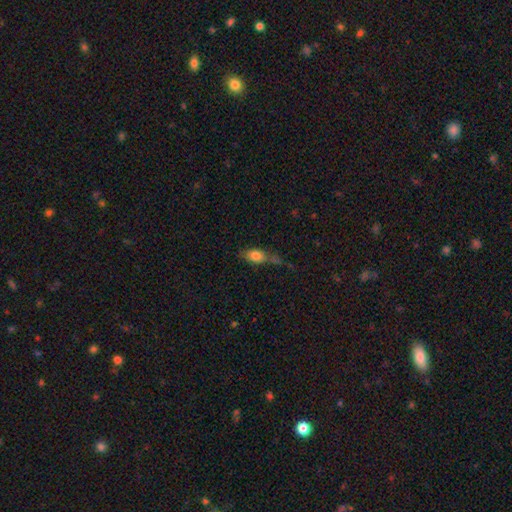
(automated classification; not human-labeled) A smooth galaxy with no disk features (74%) that is in between round and cigar-shaped (78%).

Vote fractions:
- Smooth or featured? smooth: 74% / featured or disk: 17% / star or artifact: 9%
- How rounded? in between: 78% / cigar-shaped: 12% / round: 11%
- Merging? none: 42% / minor disturbance: 25% / merger: 19% / major disturbance: 14%